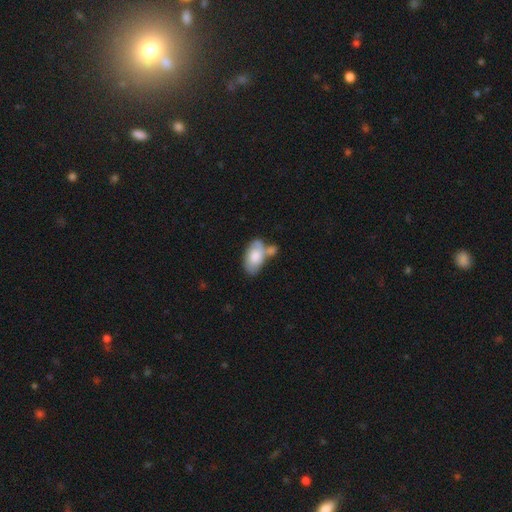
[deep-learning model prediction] Smooth or featured?
  - smooth: 74% *
  - featured or disk: 20%
  - star or artifact: 6%
How rounded?
  - in between: 93% *
  - round: 5%
  - cigar-shaped: 2%
Merging?
  - none: 39% *
  - merger: 34%
  - minor disturbance: 20%
  - major disturbance: 8%